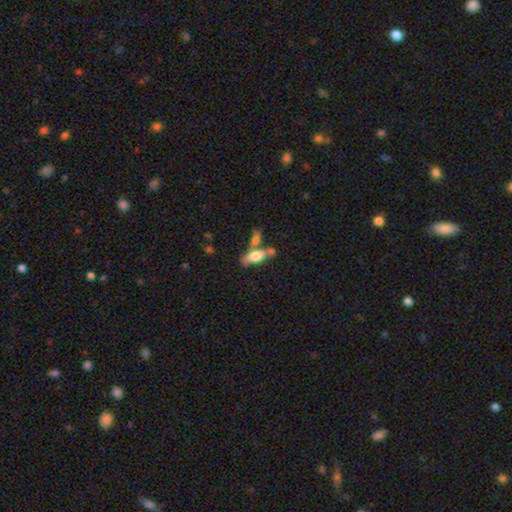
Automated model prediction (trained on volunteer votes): The model was most divided on "merging" (2-way tie): none: 38%, merger: 38%, minor disturbance: 15%, major disturbance: 9%. More confident: how rounded — in between (72%); smooth or featured — smooth (63%).